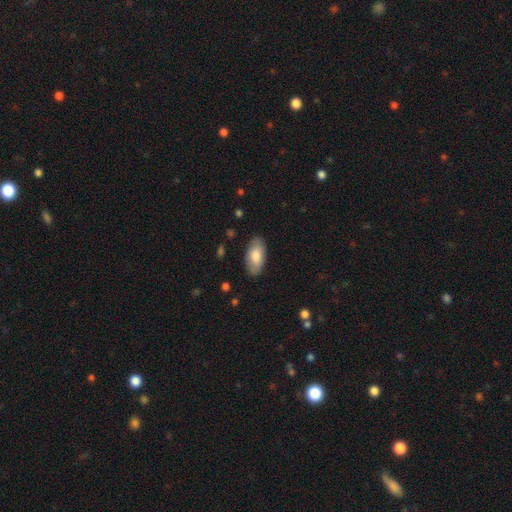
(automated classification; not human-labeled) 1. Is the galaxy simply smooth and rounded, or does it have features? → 79% smooth, 15% featured or disk, 6% star or artifact.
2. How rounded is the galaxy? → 94% in between, 4% cigar-shaped, 2% round.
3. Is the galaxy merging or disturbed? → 85% none, 11% minor disturbance, 3% major disturbance, 1% merger.